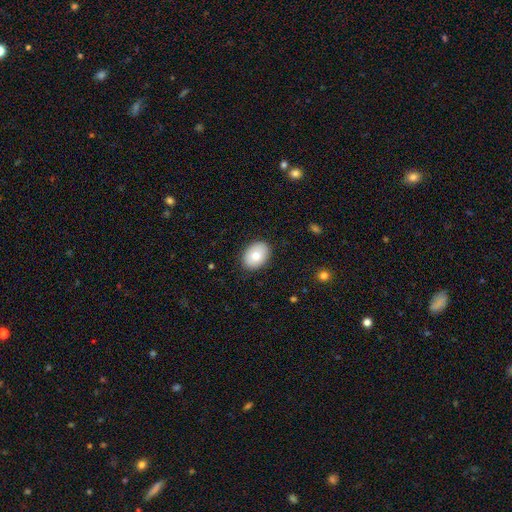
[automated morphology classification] A smooth galaxy with no disk features (80%) that is in between round and cigar-shaped (75%). Merging: none (87%).